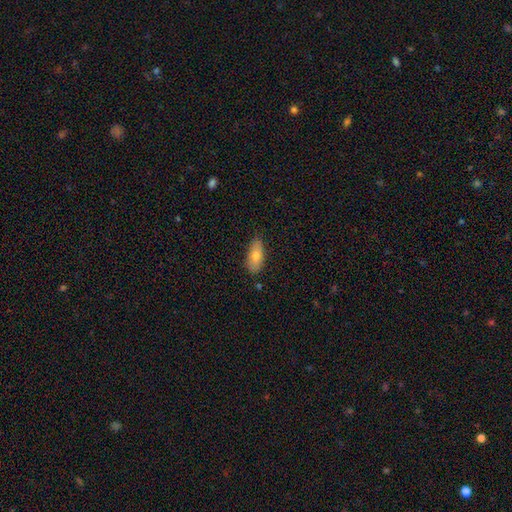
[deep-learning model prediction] Morphology: type=smooth (72%); roundness=in between (76%); merging=none (83%).